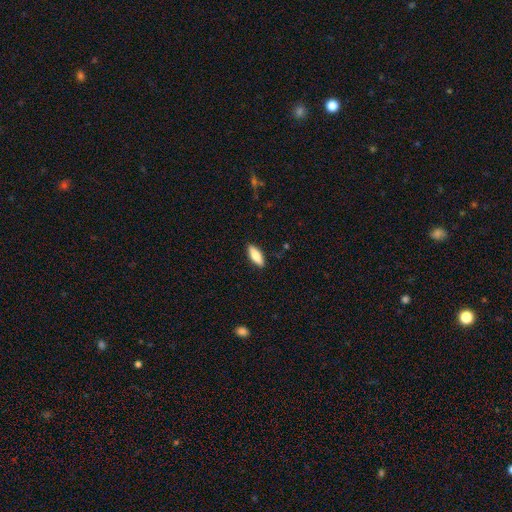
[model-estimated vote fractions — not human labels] Smooth or featured? Predicted: smooth (p=0.81). How rounded? Predicted: in between (p=0.65). Merging? Predicted: none (p=0.89).